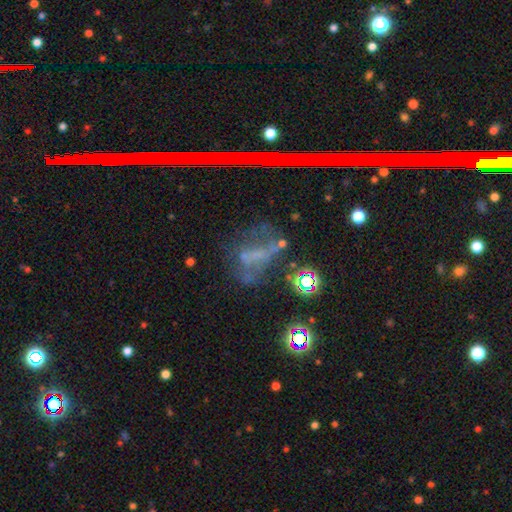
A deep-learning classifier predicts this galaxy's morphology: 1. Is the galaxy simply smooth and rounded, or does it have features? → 43% featured or disk, 31% star or artifact, 26% smooth.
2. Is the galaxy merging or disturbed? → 46% none, 26% major disturbance, 22% minor disturbance, 6% merger.